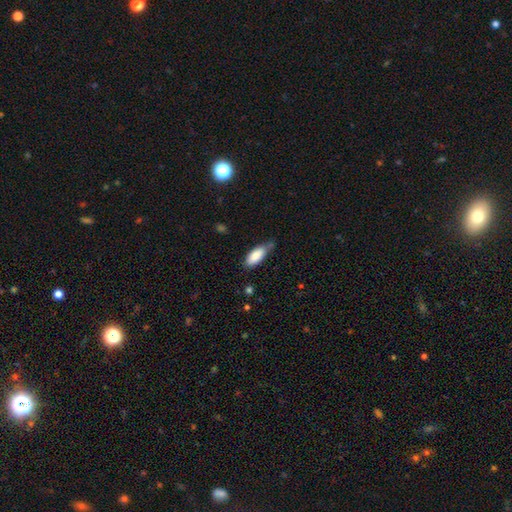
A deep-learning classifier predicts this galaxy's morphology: This is clearly a smooth galaxy (86%). How rounded: clearly in between (82%). Merging: possibly none (55%).